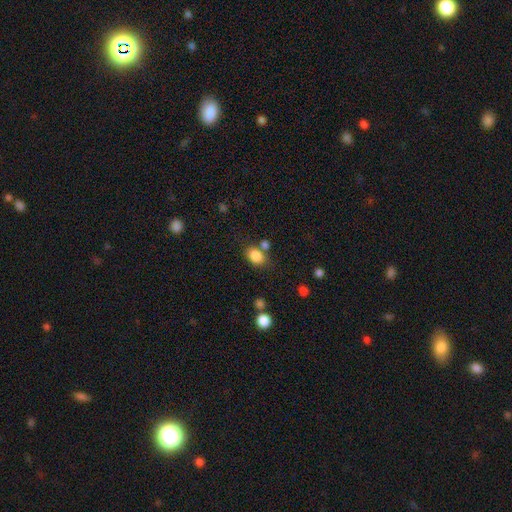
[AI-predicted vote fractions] A smooth galaxy with no disk features (84%) that is in between round and cigar-shaped (73%). Merging: none (65%).